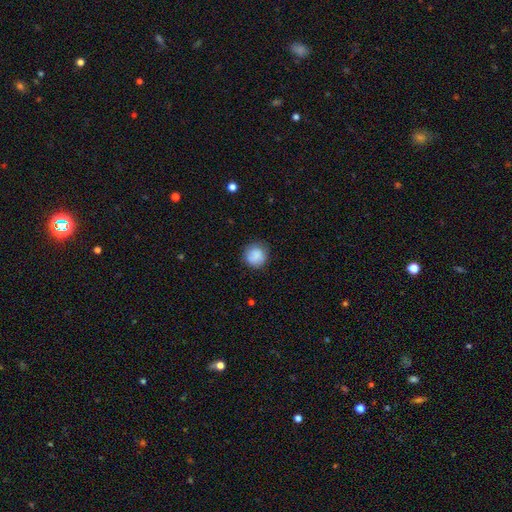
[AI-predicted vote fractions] Smooth or featured? smooth (86%)
How rounded? round (92%)
Merging? none (81%)